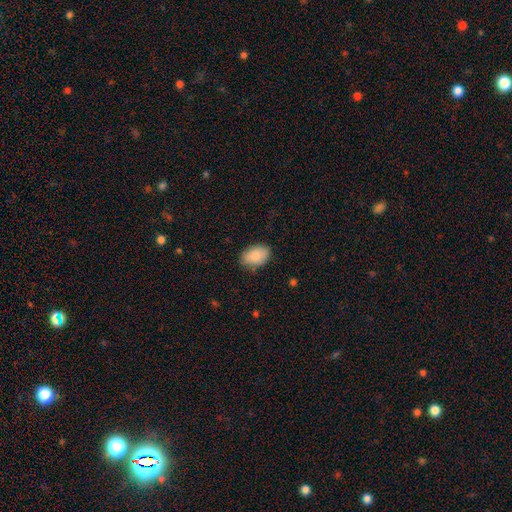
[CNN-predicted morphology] A smooth galaxy with no disk features (88%) that is in between round and cigar-shaped (89%). Merging: none (83%).